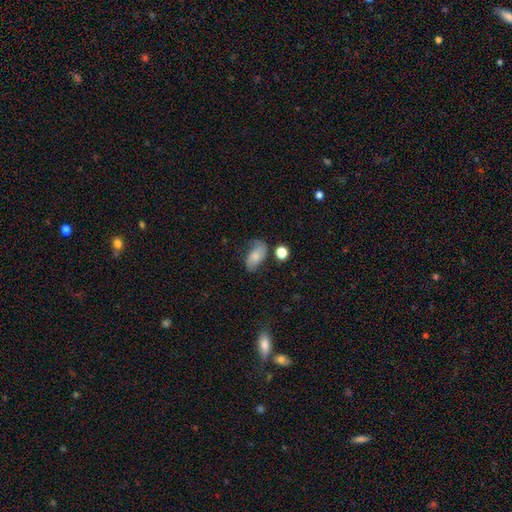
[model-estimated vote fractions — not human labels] smooth-or-featured: smooth: 61% | featured or disk: 29% | star or artifact: 10%
  how-rounded: in between: 90% | round: 7% | cigar-shaped: 3%
  merging: none: 55% | minor disturbance: 26% | major disturbance: 12% | merger: 7%